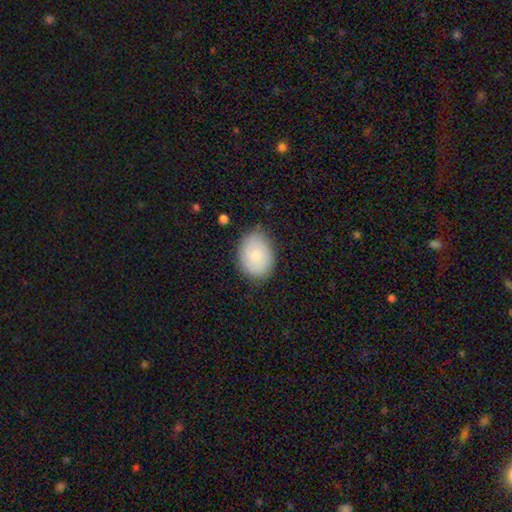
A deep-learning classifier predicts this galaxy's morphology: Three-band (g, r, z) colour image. It shows a smooth galaxy with no disk features (70%) that is in between round and cigar-shaped (69%). Merging: none (79%).